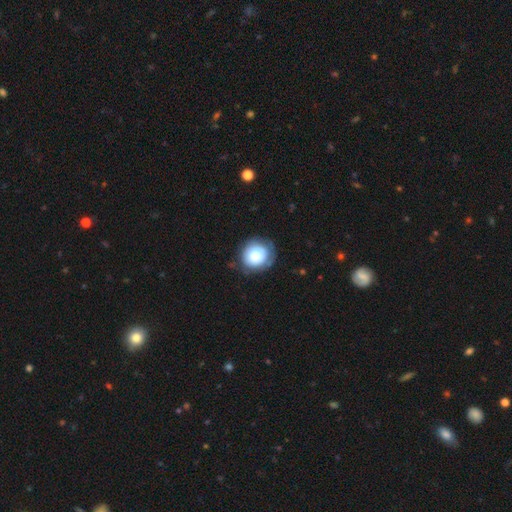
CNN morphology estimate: Smooth or featured?
  - smooth: 74% *
  - featured or disk: 19%
  - star or artifact: 8%
How rounded?
  - round: 86% *
  - in between: 13%
  - cigar-shaped: 1%
Merging?
  - none: 71% *
  - minor disturbance: 20%
  - major disturbance: 7%
  - merger: 2%